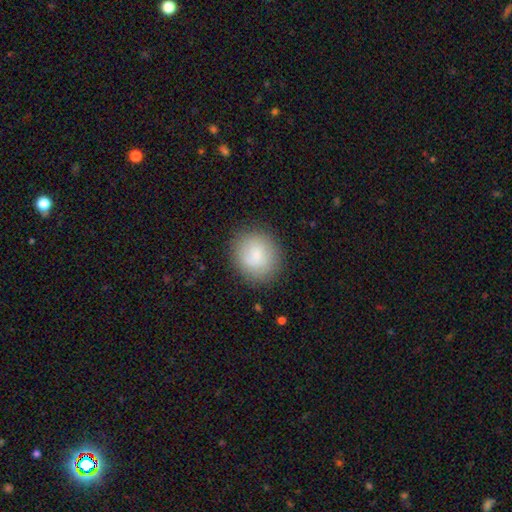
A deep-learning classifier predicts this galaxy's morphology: A smooth galaxy with no disk features (74%) that is round (86%).

Vote fractions:
- Smooth or featured? smooth: 74% / featured or disk: 17% / star or artifact: 8%
- How rounded? round: 86% / in between: 13% / cigar-shaped: 1%
- Merging? none: 85% / minor disturbance: 10% / major disturbance: 4% / merger: 1%